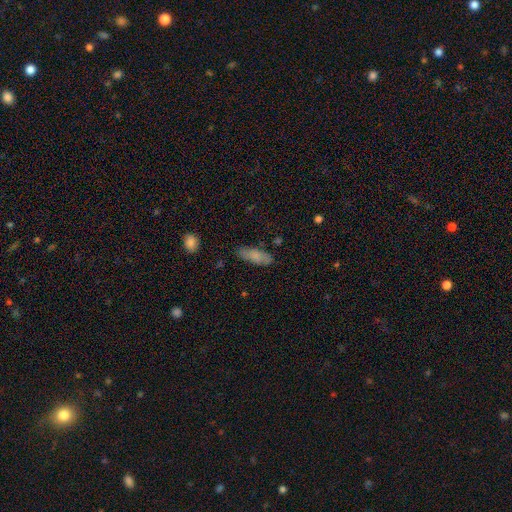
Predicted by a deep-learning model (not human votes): This appears to be a smooth galaxy with no disk features (78%) that is in between round and cigar-shaped (64%). Merging: none (78%).